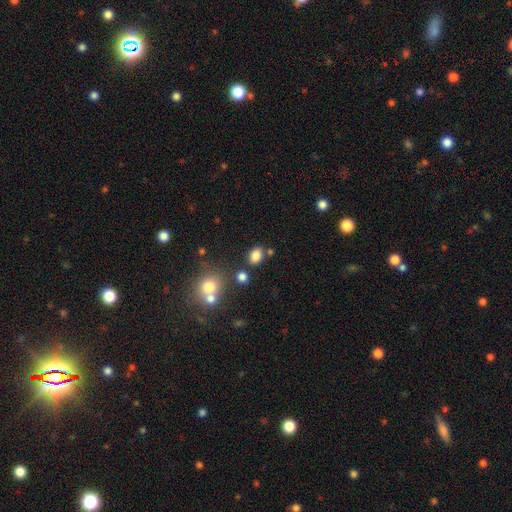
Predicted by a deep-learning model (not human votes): Smooth or featured? Predicted: smooth (p=0.83). How rounded? Predicted: in between (p=0.70). Merging? Predicted: none (p=0.75).